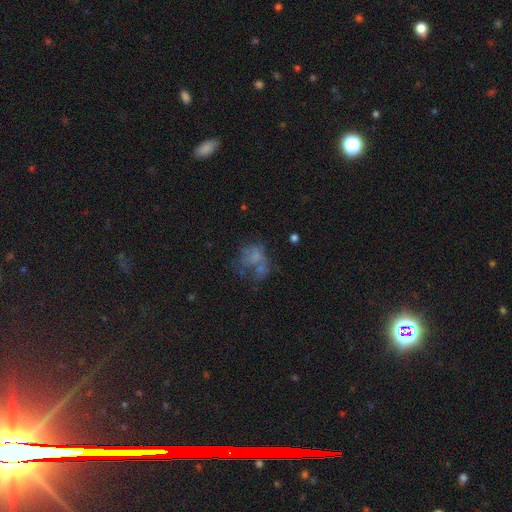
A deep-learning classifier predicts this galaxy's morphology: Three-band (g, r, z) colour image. It shows a smooth galaxy with no disk features (39%). Merging: none (35%).